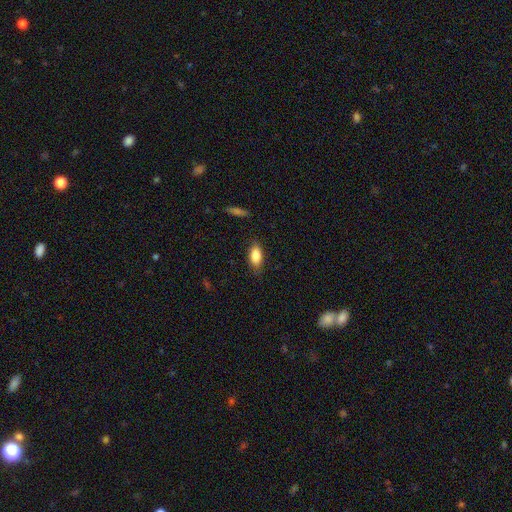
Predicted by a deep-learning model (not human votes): Smooth or featured?
  - smooth: 85% *
  - featured or disk: 8%
  - star or artifact: 7%
How rounded?
  - in between: 88% *
  - cigar-shaped: 8%
  - round: 4%
Merging?
  - none: 81% *
  - minor disturbance: 15%
  - major disturbance: 3%
  - merger: 1%